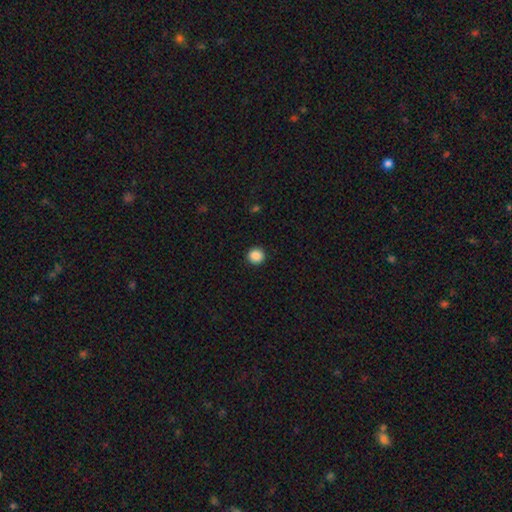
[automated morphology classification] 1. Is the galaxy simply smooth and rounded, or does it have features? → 88% smooth, 9% star or artifact, 2% featured or disk.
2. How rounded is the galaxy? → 93% round, 6% in between, 1% cigar-shaped.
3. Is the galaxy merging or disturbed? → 93% none, 5% minor disturbance, 2% major disturbance, 1% merger.